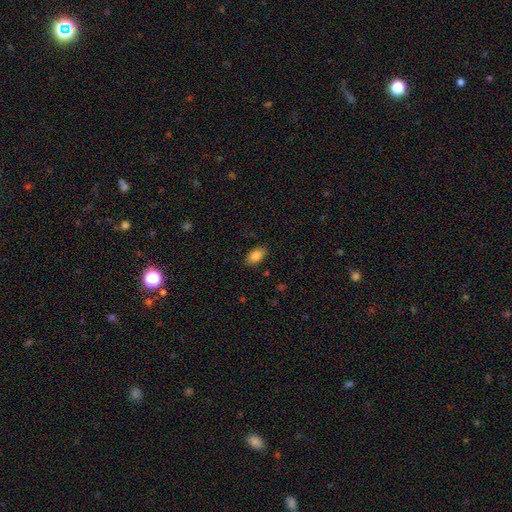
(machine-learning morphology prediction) Smooth or featured? smooth (85%)
How rounded? in between (91%)
Merging? none (85%)